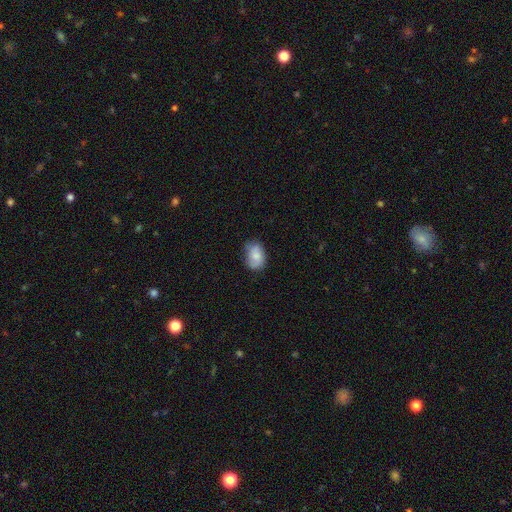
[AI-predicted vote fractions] Morphology: type=smooth (69%); roundness=in between (82%); merging=none (60%).